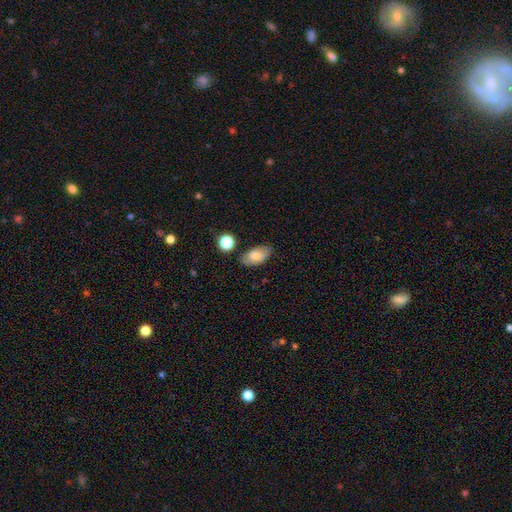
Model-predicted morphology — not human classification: A smooth galaxy with no disk features (79%) that is in between round and cigar-shaped (92%). Merging: none (76%).